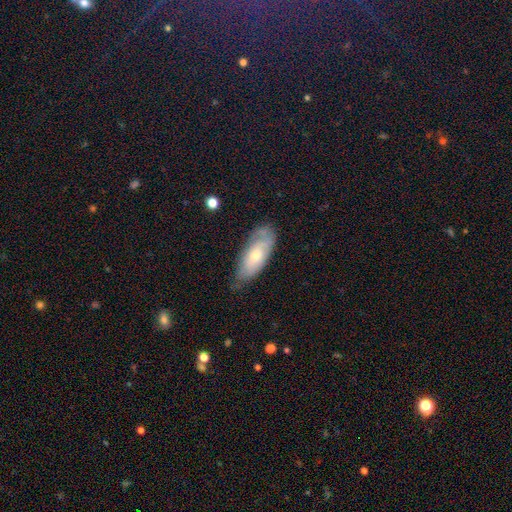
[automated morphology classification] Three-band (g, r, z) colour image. It shows a smooth galaxy with no disk features (48%). Merging: none (60%).